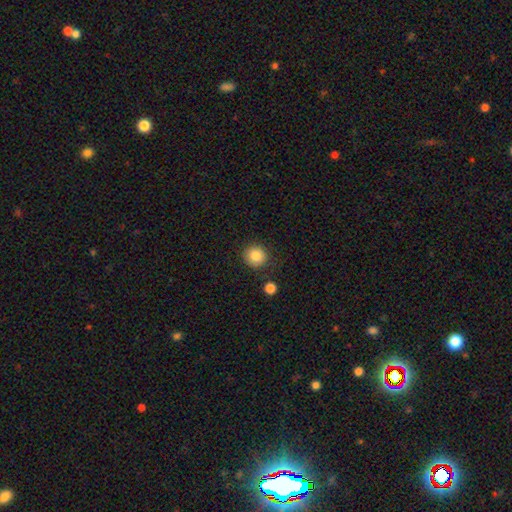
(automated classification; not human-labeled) Q: Smooth or featured?
A: smooth (86%); runner-up: star or artifact (9%)
Q: How rounded?
A: round (91%); runner-up: in between (9%)
Q: Merging?
A: none (85%); runner-up: minor disturbance (10%)